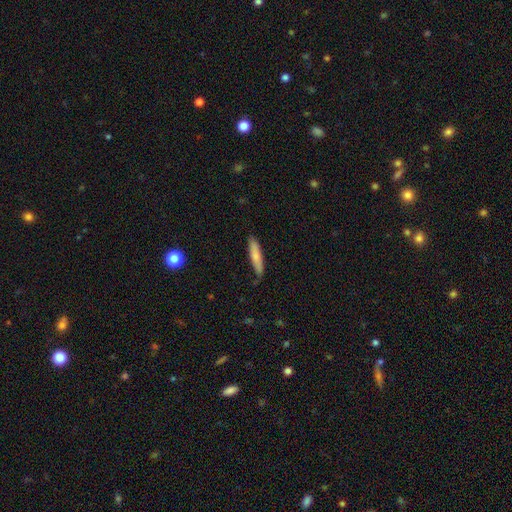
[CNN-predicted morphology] Q: Smooth or featured?
A: smooth (78%); runner-up: featured or disk (17%)
Q: How rounded?
A: cigar-shaped (85%); runner-up: in between (14%)
Q: Merging?
A: none (82%); runner-up: minor disturbance (15%)